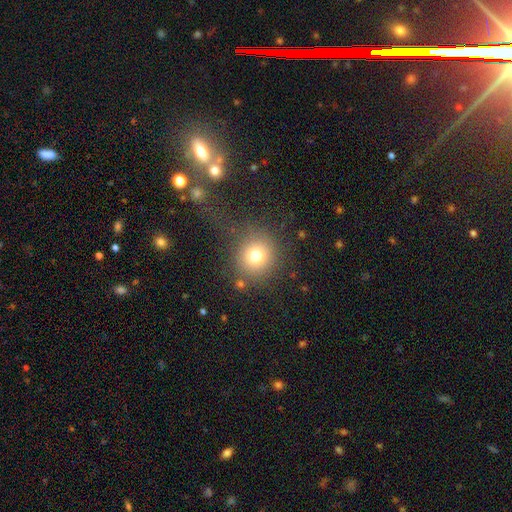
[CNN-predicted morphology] type=smooth (76%); roundness=round (89%); merging=none (72%).